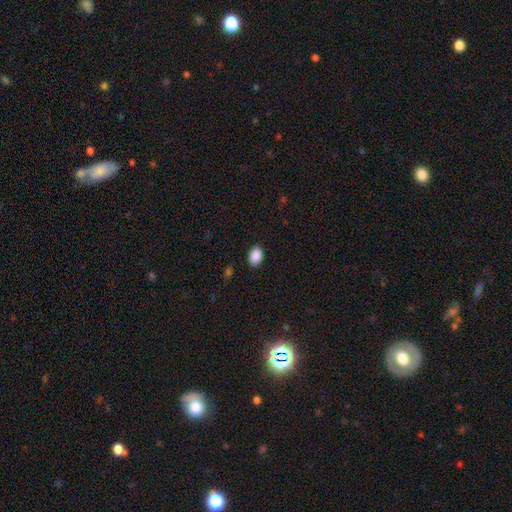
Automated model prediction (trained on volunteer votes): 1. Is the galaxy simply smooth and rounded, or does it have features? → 89% smooth, 8% star or artifact, 3% featured or disk.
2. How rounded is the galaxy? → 78% in between, 21% round, 1% cigar-shaped.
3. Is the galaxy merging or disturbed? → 87% none, 10% minor disturbance, 2% major disturbance, 1% merger.